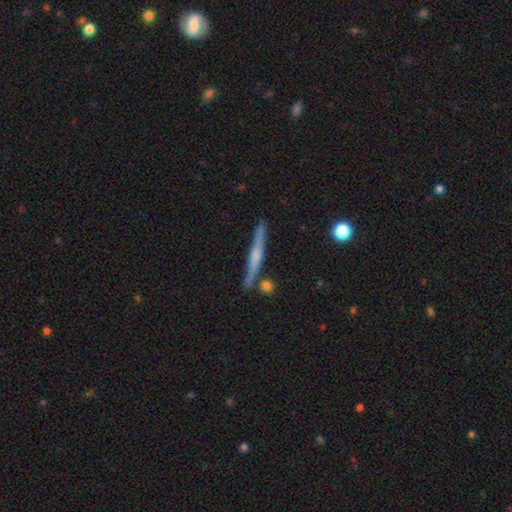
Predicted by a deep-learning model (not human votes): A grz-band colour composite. It shows a featured or disk galaxy (63%) viewed edge-on (97%) with a rounded central bulge (54%). Merging: none (84%).